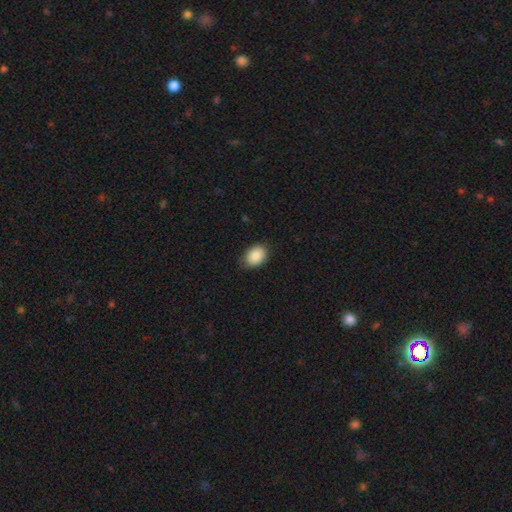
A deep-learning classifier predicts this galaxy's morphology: smooth 87%, star or artifact 7%, featured or disk 6%. Down the decision tree: how rounded — in between (71%); merging — none (79%).